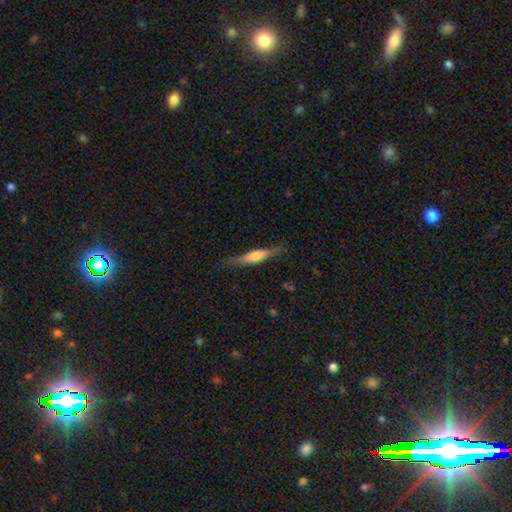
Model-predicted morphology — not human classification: type=smooth (48%); merging=none (81%).